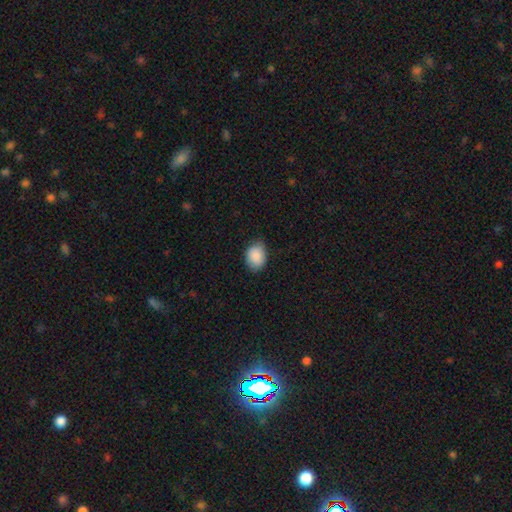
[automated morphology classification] smooth-or-featured: smooth: 89% | star or artifact: 7% | featured or disk: 4%
  how-rounded: in between: 68% | round: 31% | cigar-shaped: 1%
  merging: none: 74% | minor disturbance: 22% | major disturbance: 3% | merger: 1%